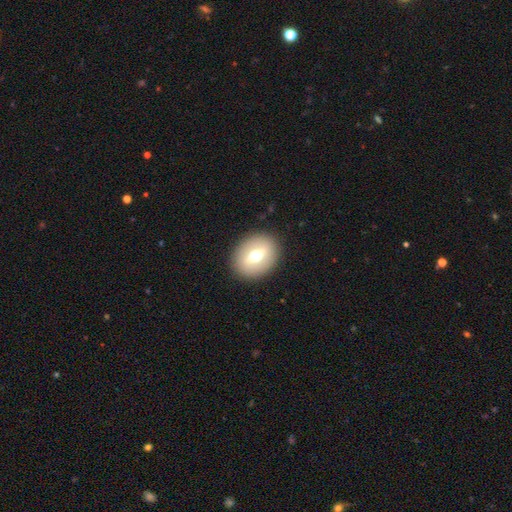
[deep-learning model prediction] smooth-or-featured: smooth: 55% | featured or disk: 37% | star or artifact: 8%
  how-rounded: in between: 55% | round: 43% | cigar-shaped: 1%
  merging: none: 88% | minor disturbance: 7% | major disturbance: 3% | merger: 1%